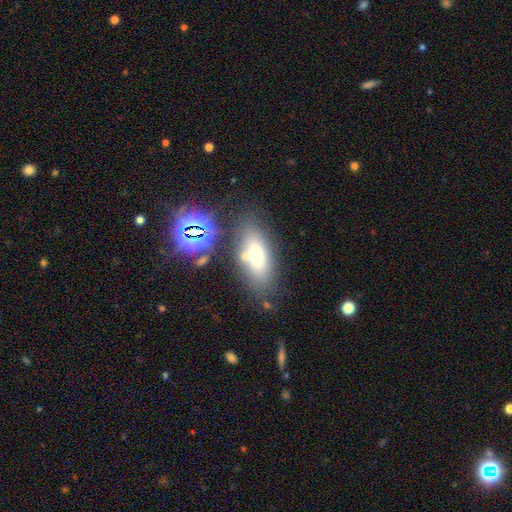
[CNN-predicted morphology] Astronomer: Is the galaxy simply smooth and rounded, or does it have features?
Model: smooth — 67%.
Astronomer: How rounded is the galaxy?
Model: in between — 77%.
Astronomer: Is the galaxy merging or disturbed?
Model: none — 67%.